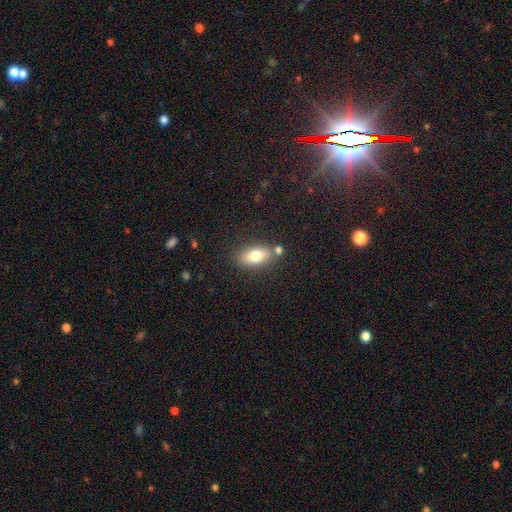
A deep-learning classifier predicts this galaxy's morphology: type=smooth (77%); roundness=in between (86%); merging=none (74%).